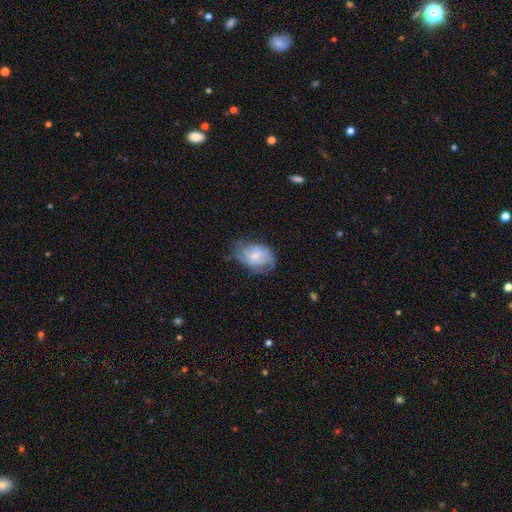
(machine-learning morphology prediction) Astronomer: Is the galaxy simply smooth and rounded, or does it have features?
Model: smooth — 46%, tied with featured or disk at 46%.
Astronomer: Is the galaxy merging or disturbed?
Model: none — 50% (runner-up: minor disturbance, 32%).